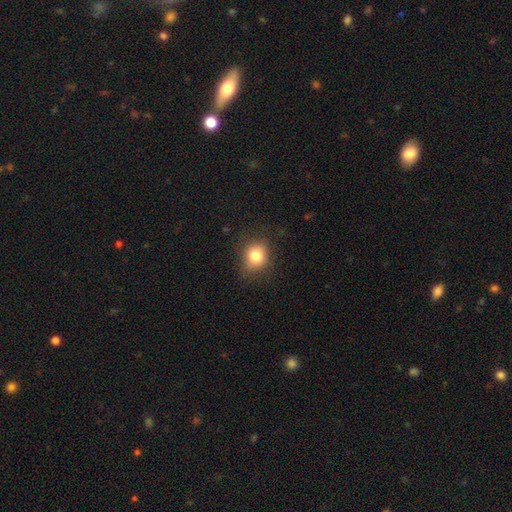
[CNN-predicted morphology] A smooth galaxy with no disk features (80%) that is round (70%).

Vote fractions:
- Smooth or featured? smooth: 80% / star or artifact: 11% / featured or disk: 9%
- How rounded? round: 70% / in between: 29% / cigar-shaped: 1%
- Merging? none: 79% / minor disturbance: 15% / major disturbance: 4% / merger: 1%